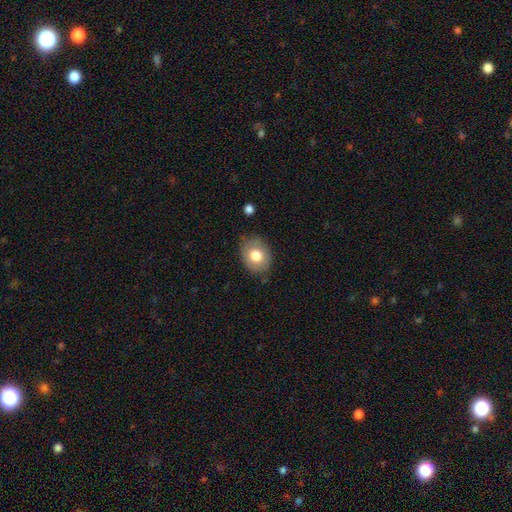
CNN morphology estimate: A smooth galaxy with no disk features (75%) that is in between round and cigar-shaped (55%). Merging: none (76%).